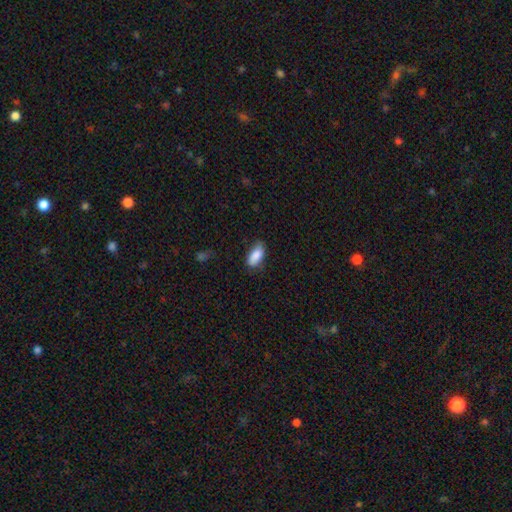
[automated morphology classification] A smooth galaxy with no disk features (86%) that is in between round and cigar-shaped (90%). Merging: none (68%).